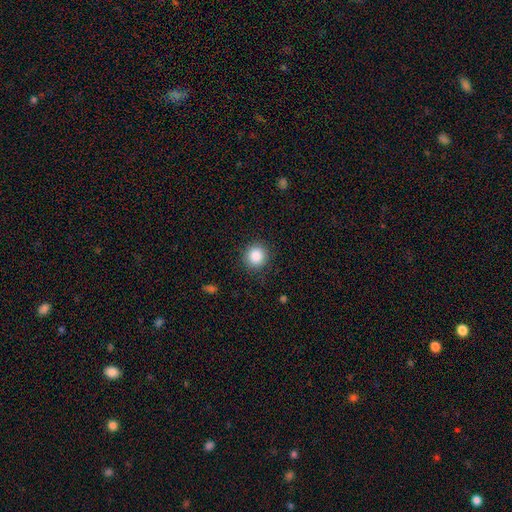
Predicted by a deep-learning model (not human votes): smooth 86%, star or artifact 10%, featured or disk 4%. Down the decision tree: how rounded — round (93%); merging — none (88%).